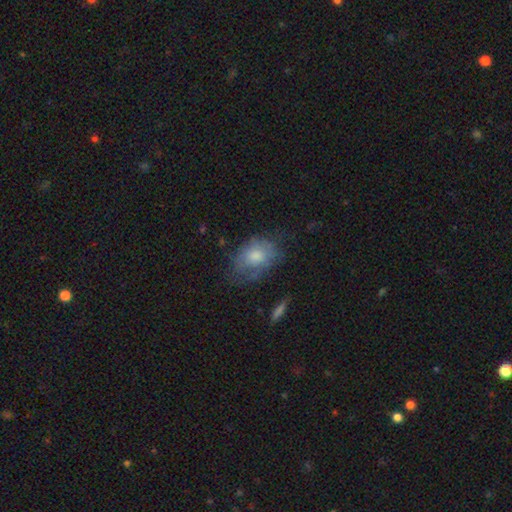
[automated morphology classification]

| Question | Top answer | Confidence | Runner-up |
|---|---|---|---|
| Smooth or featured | smooth | 63% | featured or disk (29%) |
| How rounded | in between | 78% | round (20%) |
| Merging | none | 52% | minor disturbance (30%) |